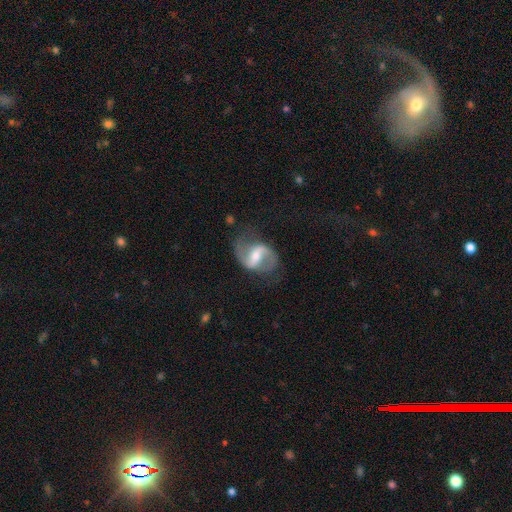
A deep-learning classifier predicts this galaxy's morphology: type=featured or disk (86%); edge-on=no (97%); bar=strong (45%); spiral arms=yes (95%); winding=loose (51%); arm count=2 (92%); bulge=moderate (48%); merging=none (71%).